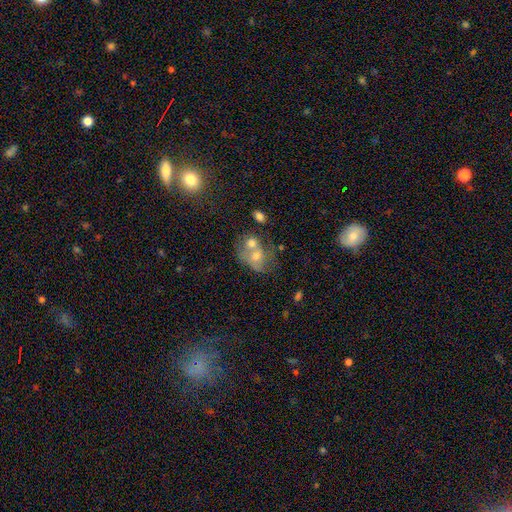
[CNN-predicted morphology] smooth_or_featured: smooth (p=0.53) [alt: featured or disk p=0.36]
how_rounded: in between (p=0.58) [alt: round p=0.40]
merging: merger (p=0.59) [alt: none p=0.20]